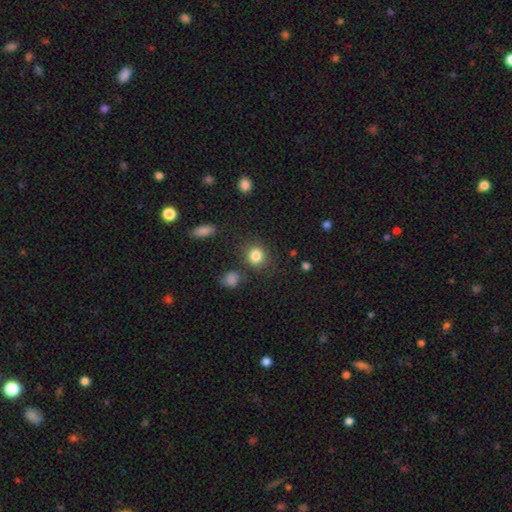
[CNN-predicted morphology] smooth_or_featured: smooth (p=0.84) [alt: star or artifact p=0.11]
how_rounded: round (p=0.82) [alt: in between p=0.17]
merging: none (p=0.82) [alt: minor disturbance p=0.10]